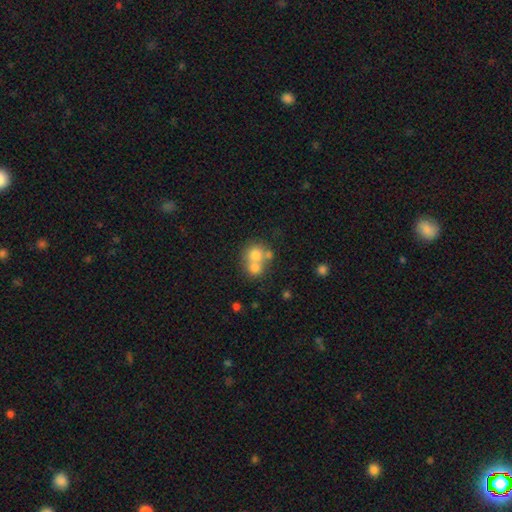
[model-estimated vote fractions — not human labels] The model was most divided on "merging": merger: 57%, none: 34%, minor disturbance: 6%, major disturbance: 3%. More confident: how rounded — round (82%); smooth or featured — smooth (70%).